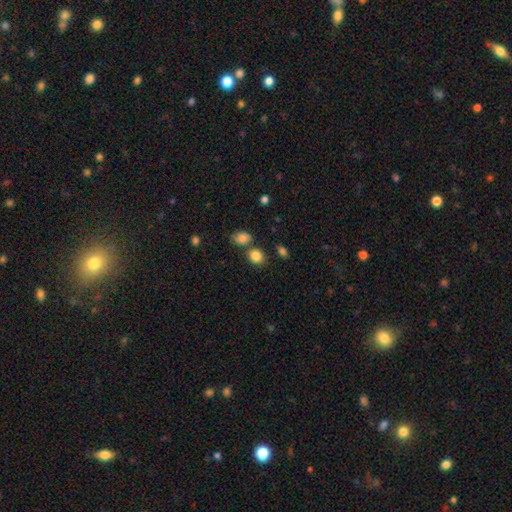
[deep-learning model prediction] smooth-or-featured: smooth: 85% | star or artifact: 10% | featured or disk: 5%
  how-rounded: round: 62% | in between: 37% | cigar-shaped: 1%
  merging: none: 69% | merger: 16% | minor disturbance: 11% | major disturbance: 4%